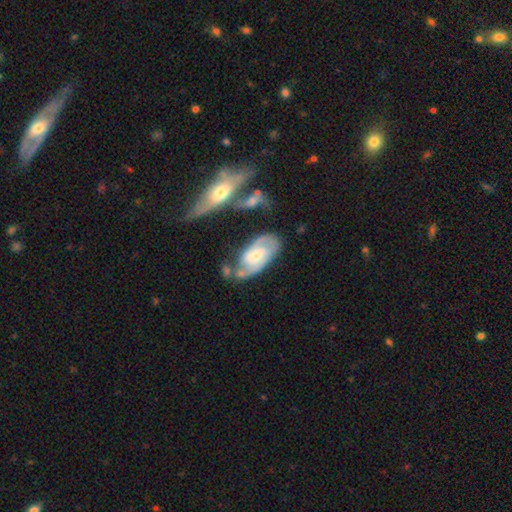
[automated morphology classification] smooth-or-featured: featured or disk: 70% | smooth: 24% | star or artifact: 6%
  disk-edge-on: no: 94% | yes: 6%
    bar: no: 51% | weak: 39% | strong: 9%
    has-spiral-arms: yes: 89% | no: 11%
      spiral-winding: medium: 42% (tied) | tight: 42% (tied) | loose: 16%
      spiral-arm-count: 2: 68% | can't tell: 18% | 1: 6% | 3: 5% | 4: 2% | more than 4: 1%
    bulge-size: small: 53% | moderate: 37% | large: 4% | none: 4% | dominant: 1%
  merging: none: 50% | minor disturbance: 23% | merger: 17% | major disturbance: 11%